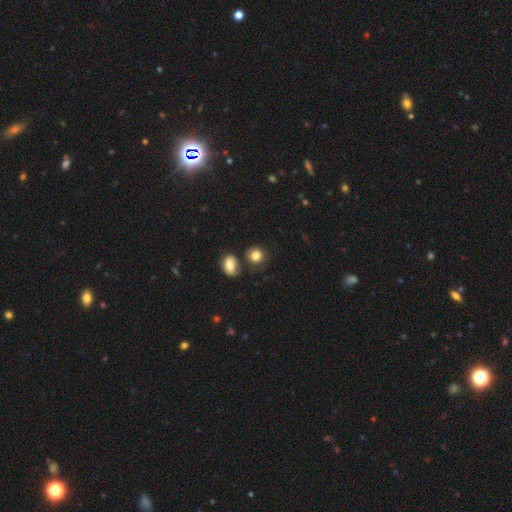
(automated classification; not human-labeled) smooth 82%, star or artifact 10%, featured or disk 8%. Down the decision tree: how rounded — round (81%); merging — none (72%).